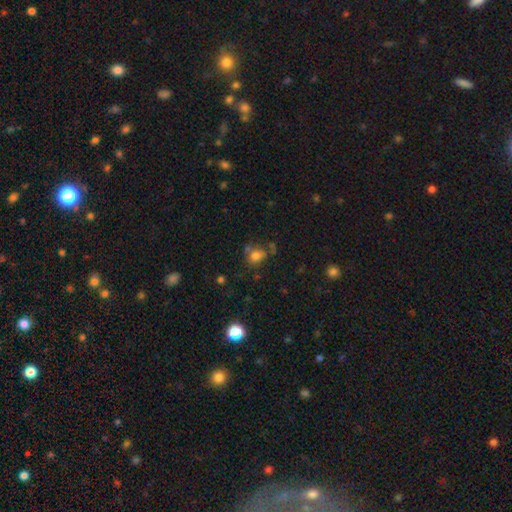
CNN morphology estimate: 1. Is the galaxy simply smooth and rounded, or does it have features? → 73% smooth, 16% star or artifact, 11% featured or disk.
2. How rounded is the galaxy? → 57% in between, 42% round, 1% cigar-shaped.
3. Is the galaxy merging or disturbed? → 52% none, 20% minor disturbance, 18% merger, 10% major disturbance.